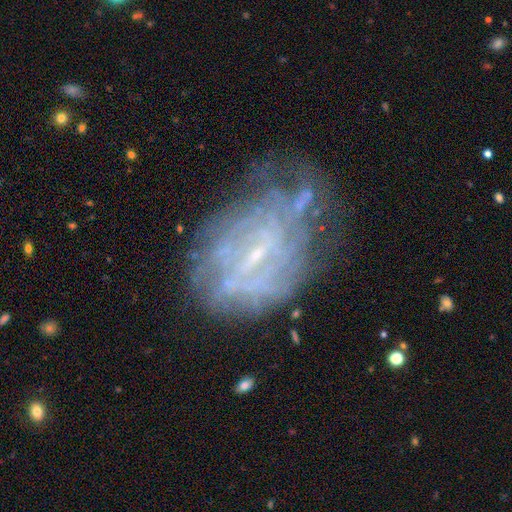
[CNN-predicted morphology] Smooth or featured? featured or disk (73%)
Edge-on disk? no (96%)
Bar? weak (49%)
Spiral arms? yes (64%)
Bulge size? small (75%)
Merging? none (46%)